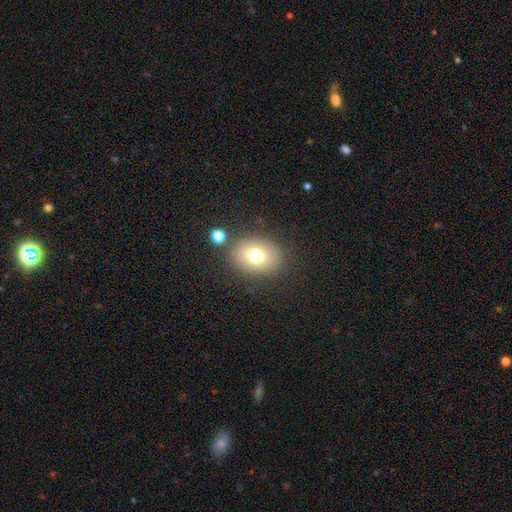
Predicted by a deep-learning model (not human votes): Morphology: type=smooth (76%); roundness=in between (61%); merging=none (80%).